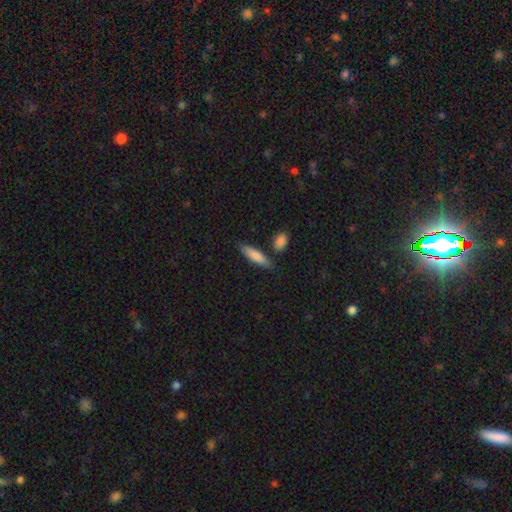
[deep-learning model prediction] smooth_or_featured: smooth (p=0.82) [alt: featured or disk p=0.12]
how_rounded: cigar-shaped (p=0.63) [alt: in between p=0.35]
merging: none (p=0.77) [alt: minor disturbance p=0.13]